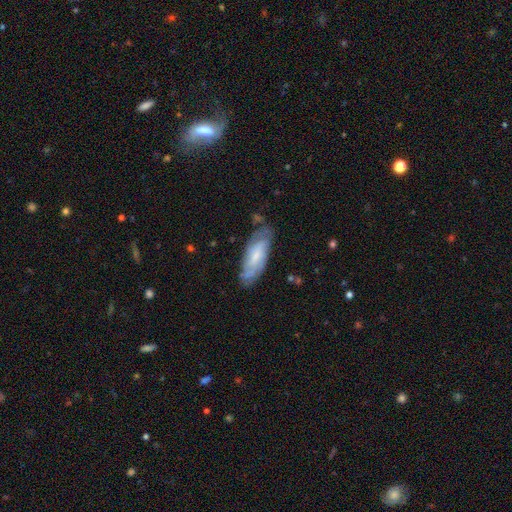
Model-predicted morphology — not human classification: Smooth or featured?
  - featured or disk: 62% *
  - smooth: 31%
  - star or artifact: 8%
Edge-on disk?
  - no: 83% *
  - yes: 17%
Bar?
  - no: 54% *
  - weak: 36%
  - strong: 9%
Spiral arms?
  - yes: 86% *
  - no: 14%
Bulge size?
  - small: 55% *
  - moderate: 29%
  - none: 11%
  - large: 3%
  - dominant: 1%
Merging?
  - none: 71% *
  - minor disturbance: 21%
  - major disturbance: 6%
  - merger: 2%